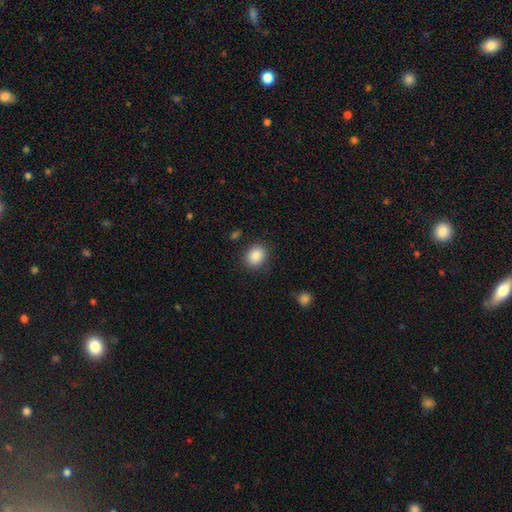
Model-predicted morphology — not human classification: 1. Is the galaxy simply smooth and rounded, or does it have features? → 87% smooth, 8% star or artifact, 5% featured or disk.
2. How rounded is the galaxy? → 59% round, 40% in between, 1% cigar-shaped.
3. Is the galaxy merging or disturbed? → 85% none, 10% minor disturbance, 3% major disturbance, 2% merger.